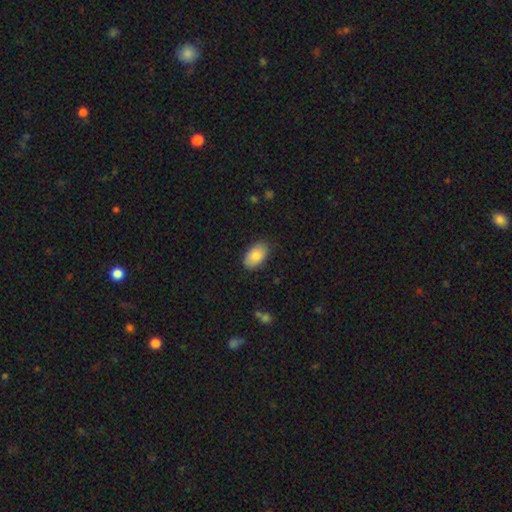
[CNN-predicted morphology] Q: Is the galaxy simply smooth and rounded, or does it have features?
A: smooth — 82%.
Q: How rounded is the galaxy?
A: in between — 94%.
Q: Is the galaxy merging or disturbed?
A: none — 85%.